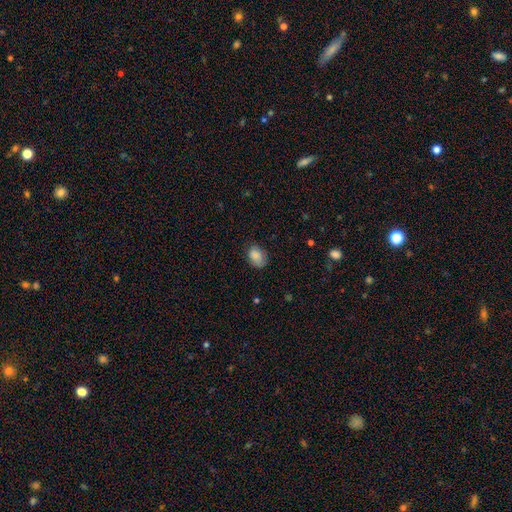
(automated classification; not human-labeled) A smooth galaxy with no disk features (84%) that is in between round and cigar-shaped (77%). Merging: none (65%).